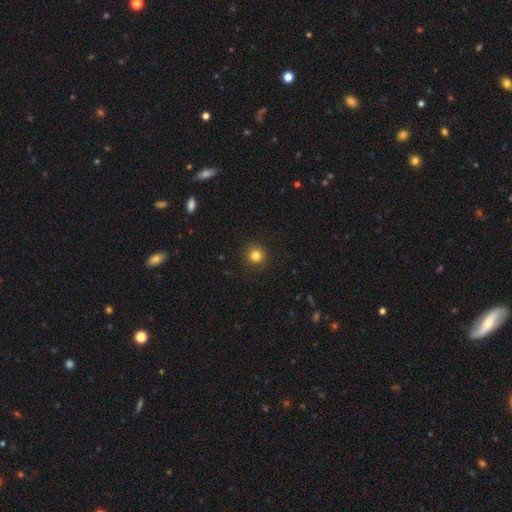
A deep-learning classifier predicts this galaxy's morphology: A smooth galaxy with no disk features (82%) that is round (94%). Merging: none (91%).